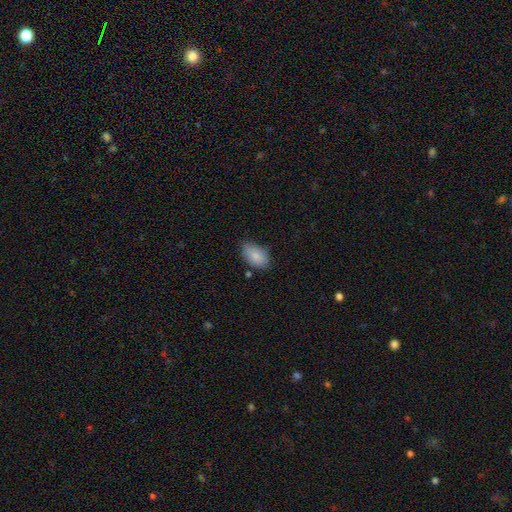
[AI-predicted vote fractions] Smooth or featured: smooth — 86% (featured or disk — 7%)
How rounded: in between — 91% (round — 8%)
Merging: none — 71% (minor disturbance — 23%)